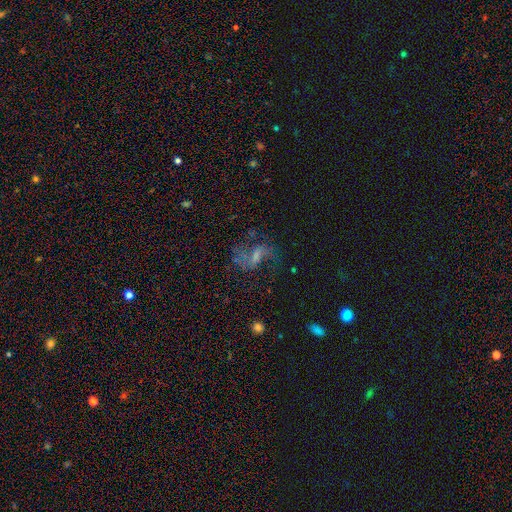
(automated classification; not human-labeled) Morphology: type=featured or disk (65%); edge-on=no (96%); bar=weak (48%); spiral arms=yes (83%); winding=loose (63%); arm count=2 (77%); bulge=small (41%); merging=none (55%).